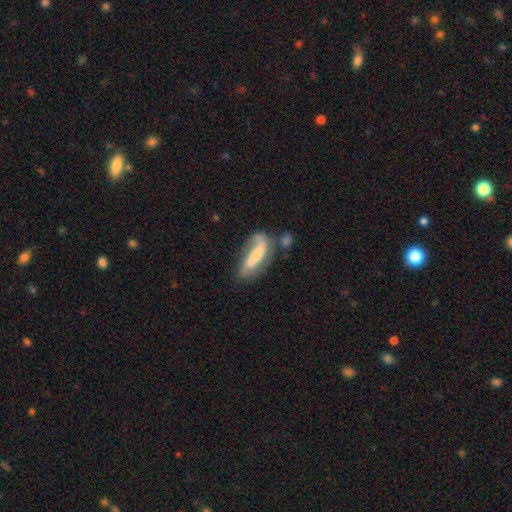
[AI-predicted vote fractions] smooth-or-featured: featured or disk: 57% | smooth: 36% | star or artifact: 7%
  disk-edge-on: no: 84% | yes: 16%
  merging: none: 42% | minor disturbance: 24% | major disturbance: 21% | merger: 14%